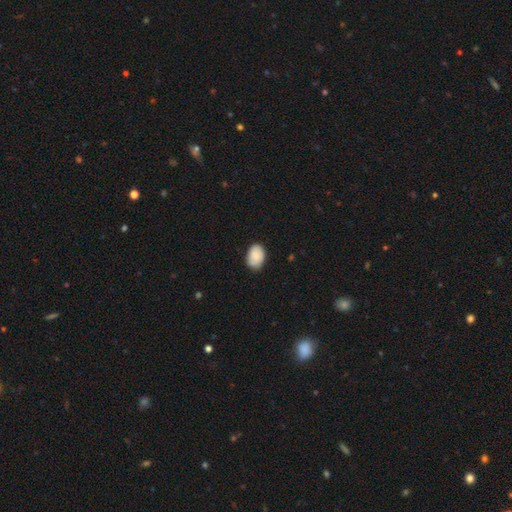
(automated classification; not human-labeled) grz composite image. It shows a smooth galaxy with no disk features (86%) that is in between round and cigar-shaped (78%). Merging: none (78%).